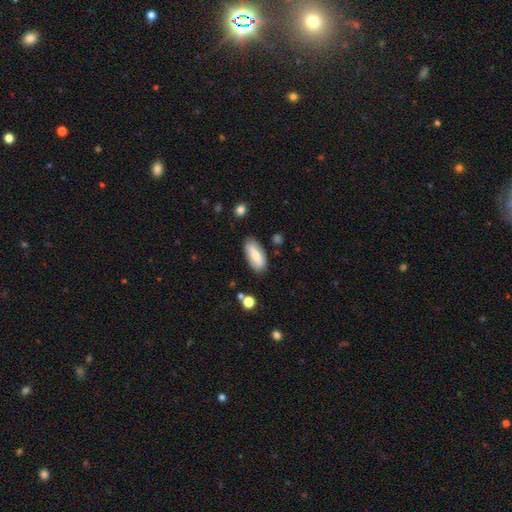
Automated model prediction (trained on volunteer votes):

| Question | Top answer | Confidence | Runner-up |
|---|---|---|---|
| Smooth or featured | smooth | 64% | featured or disk (30%) |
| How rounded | in between | 79% | cigar-shaped (18%) |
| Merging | none | 82% | minor disturbance (13%) |